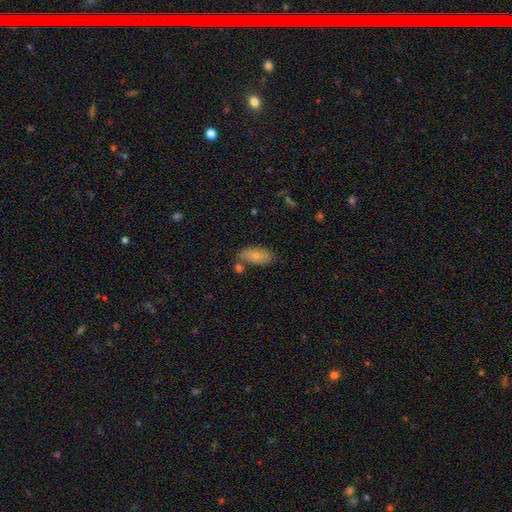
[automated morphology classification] smooth-or-featured: smooth: 77% | featured or disk: 16% | star or artifact: 7%
  how-rounded: in between: 90% | cigar-shaped: 6% | round: 3%
  merging: none: 66% | minor disturbance: 18% | merger: 12% | major disturbance: 4%